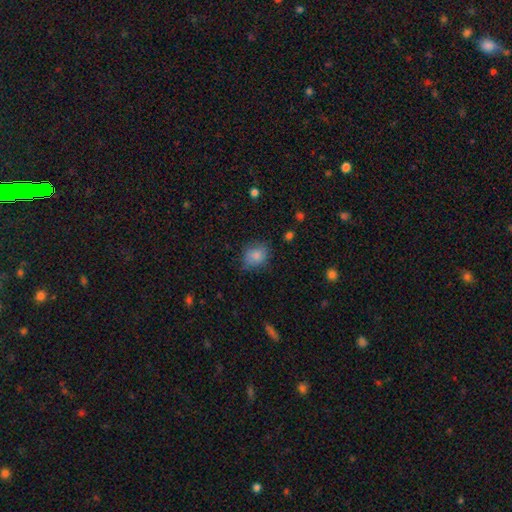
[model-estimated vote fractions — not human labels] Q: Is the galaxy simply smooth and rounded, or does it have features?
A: smooth — 83%.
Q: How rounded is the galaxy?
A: round — 56%.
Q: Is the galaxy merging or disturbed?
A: none — 67%.